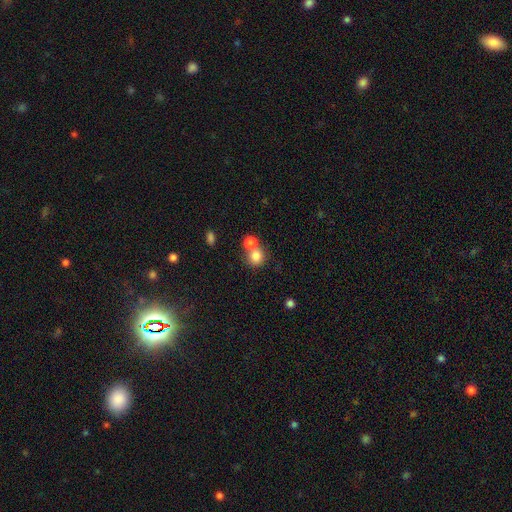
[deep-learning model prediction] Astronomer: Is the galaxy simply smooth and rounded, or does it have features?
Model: smooth — 81%.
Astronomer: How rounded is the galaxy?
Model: round — 85%.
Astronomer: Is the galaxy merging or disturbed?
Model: none — 48% (runner-up: merger, 42%).